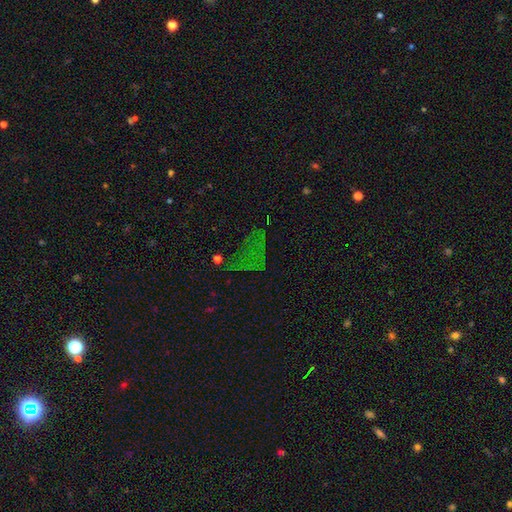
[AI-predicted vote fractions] Smooth or featured: star or artifact — 63% (smooth — 23%)